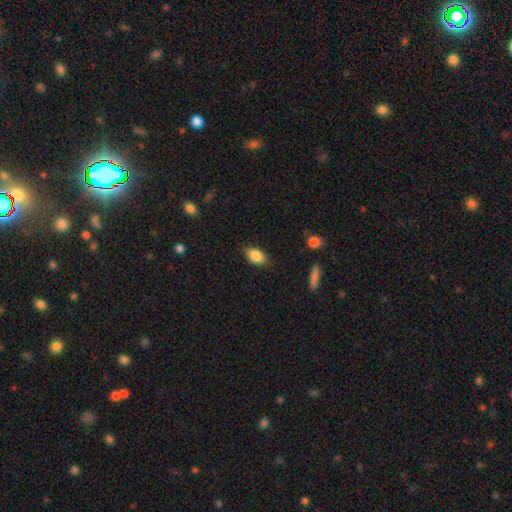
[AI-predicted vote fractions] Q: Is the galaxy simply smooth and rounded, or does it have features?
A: smooth — 86%.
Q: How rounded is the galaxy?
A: in between — 86%.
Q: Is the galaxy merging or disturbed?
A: none — 79%.